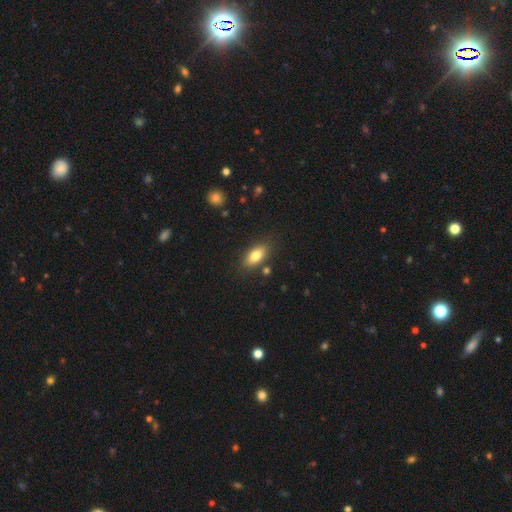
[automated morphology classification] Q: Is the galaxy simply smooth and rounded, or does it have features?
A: smooth — 80%.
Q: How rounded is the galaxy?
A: in between — 86%.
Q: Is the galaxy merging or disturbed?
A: none — 82%.